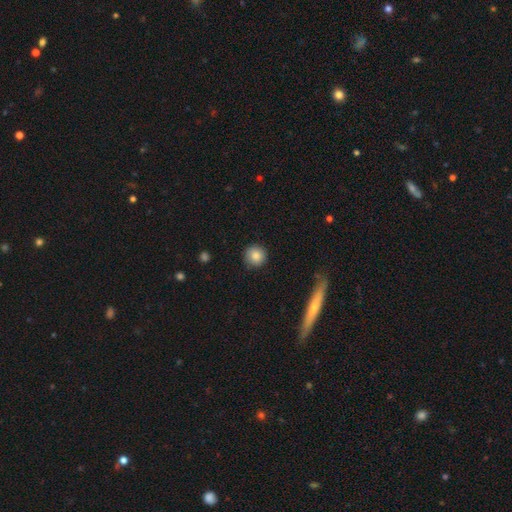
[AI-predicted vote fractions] Overall: smooth (85%). How rounded: round (93%). Merging: none (86%).